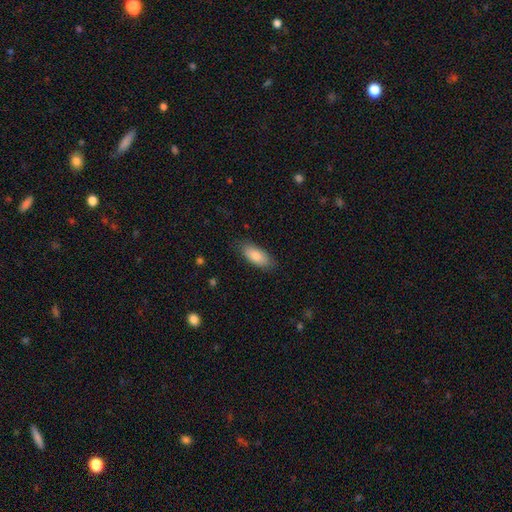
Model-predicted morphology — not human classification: smooth 85%, featured or disk 9%, star or artifact 6%. Down the decision tree: how rounded — in between (86%); merging — none (84%).